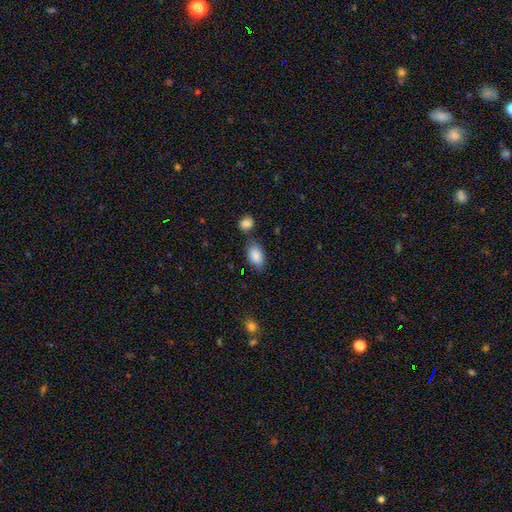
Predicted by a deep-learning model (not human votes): Smooth or featured? Predicted: smooth (p=0.87). How rounded? Predicted: in between (p=0.93). Merging? Predicted: none (p=0.67).